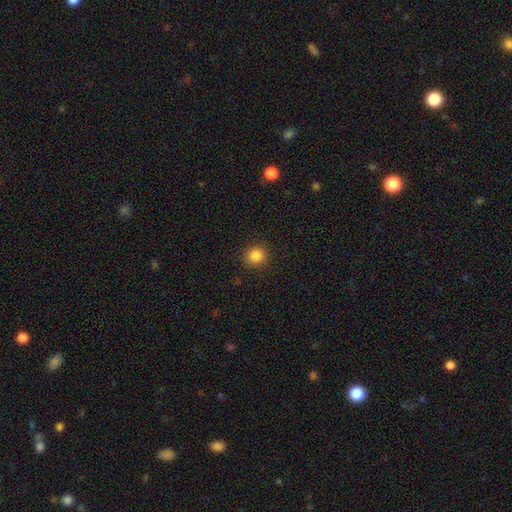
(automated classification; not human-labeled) A smooth galaxy with no disk features (85%) that is round (88%).

Vote fractions:
- Smooth or featured? smooth: 85% / star or artifact: 11% / featured or disk: 4%
- How rounded? round: 88% / in between: 11% / cigar-shaped: 1%
- Merging? none: 90% / minor disturbance: 6% / major disturbance: 2% / merger: 1%